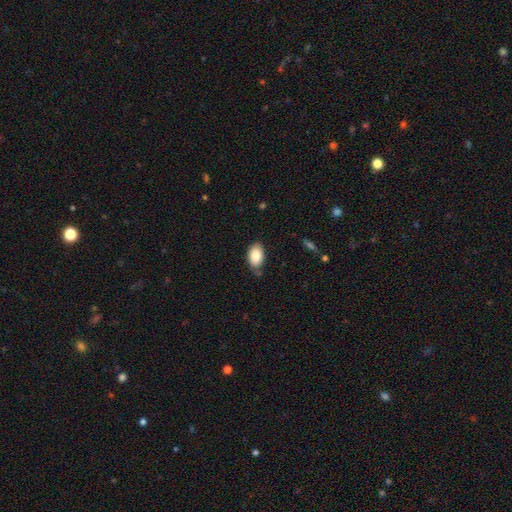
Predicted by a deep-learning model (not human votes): Smooth or featured?
  - smooth: 86% *
  - star or artifact: 7%
  - featured or disk: 7%
How rounded?
  - in between: 92% *
  - round: 6%
  - cigar-shaped: 1%
Merging?
  - none: 69% *
  - minor disturbance: 23%
  - major disturbance: 4%
  - merger: 3%